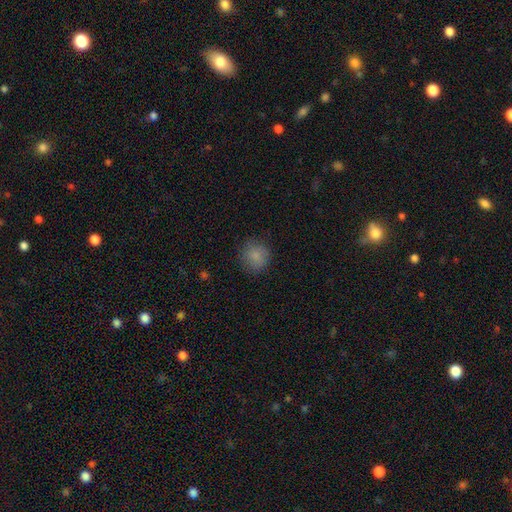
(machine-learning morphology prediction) smooth_or_featured: smooth (p=0.83) [alt: star or artifact p=0.10]
how_rounded: round (p=0.88) [alt: in between p=0.11]
merging: none (p=0.84) [alt: minor disturbance p=0.12]